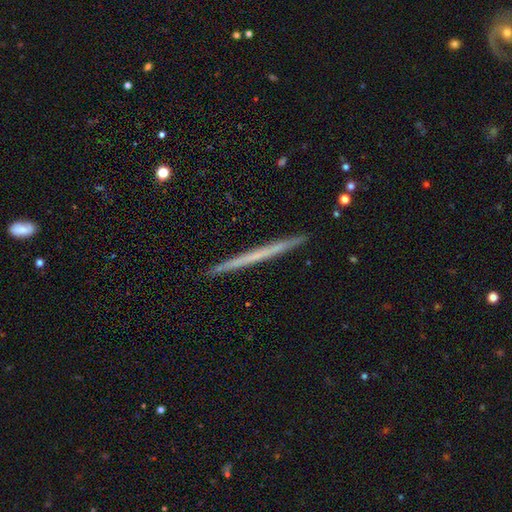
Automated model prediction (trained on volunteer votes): A featured or disk galaxy (54%) viewed edge-on (98%) with no central bulge (93%).

Vote fractions:
- Smooth or featured? featured or disk: 54% / smooth: 41% / star or artifact: 6%
- Edge-on disk? yes: 98% / no: 2%
- Edge-on bulge? none: 93% / rounded: 5% / boxy: 2%
- Merging? none: 93% / minor disturbance: 5% / major disturbance: 1% / merger: 1%